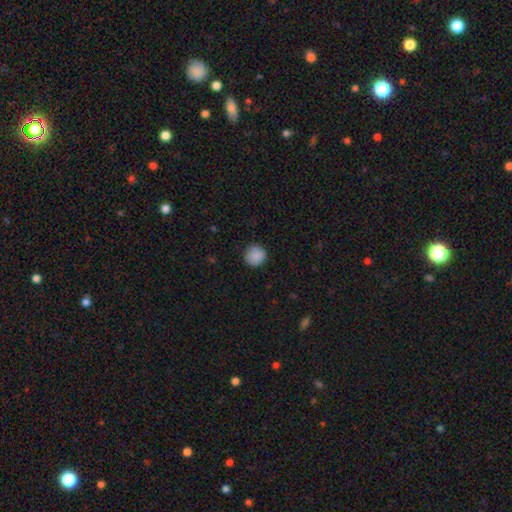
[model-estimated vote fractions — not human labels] This appears to be a smooth galaxy with no disk features (89%) that is round (94%). Merging: none (89%).